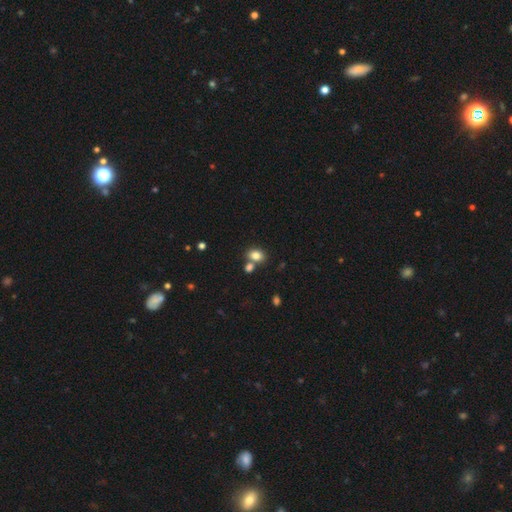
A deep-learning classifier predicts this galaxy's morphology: smooth 82%, star or artifact 11%, featured or disk 8%. Down the decision tree: how rounded — in between (70%); merging — none (58%).